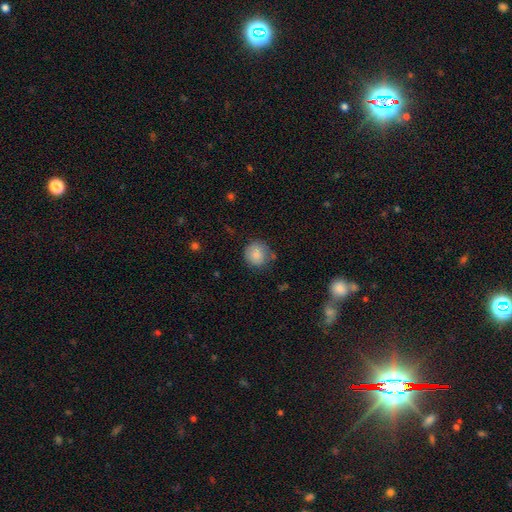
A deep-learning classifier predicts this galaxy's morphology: Overall: smooth (82%). How rounded: round (88%). Merging: none (73%).